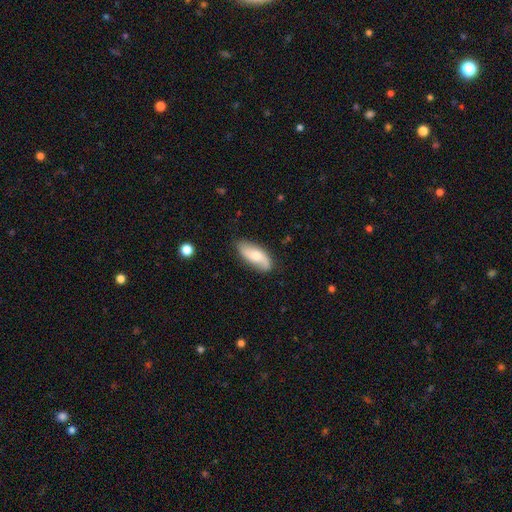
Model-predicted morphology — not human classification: A featured or disk galaxy (50%). Merging: none (74%).